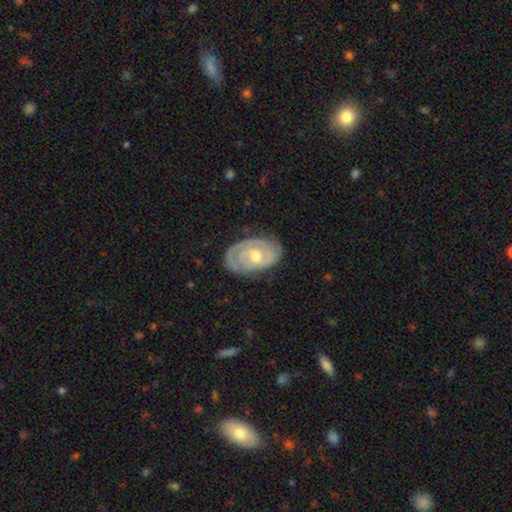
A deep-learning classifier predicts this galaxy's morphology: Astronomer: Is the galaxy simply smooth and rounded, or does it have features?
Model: featured or disk — 80%.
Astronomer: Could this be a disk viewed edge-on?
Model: no — 96%.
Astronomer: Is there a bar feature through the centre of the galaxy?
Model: no — 67%.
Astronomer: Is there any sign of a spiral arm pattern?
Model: yes — 88%.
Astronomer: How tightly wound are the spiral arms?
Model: tight — 73%.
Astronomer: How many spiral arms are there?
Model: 2 — 52%.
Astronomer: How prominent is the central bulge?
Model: moderate — 70%.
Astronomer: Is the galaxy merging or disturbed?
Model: none — 77%.